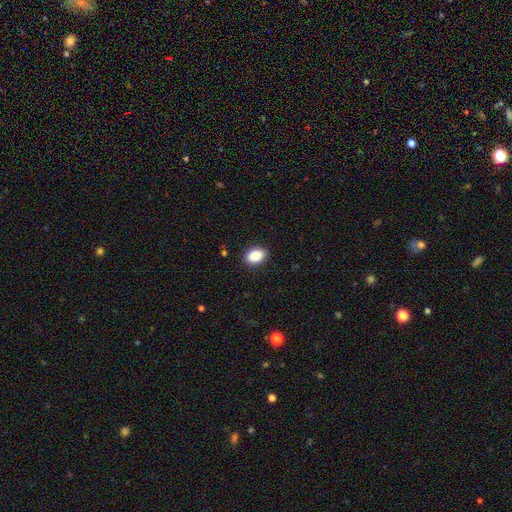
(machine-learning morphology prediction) The model was most divided on "how rounded": in between: 77%, round: 21%, cigar-shaped: 1%. More confident: merging — none (89%); smooth or featured — smooth (88%).